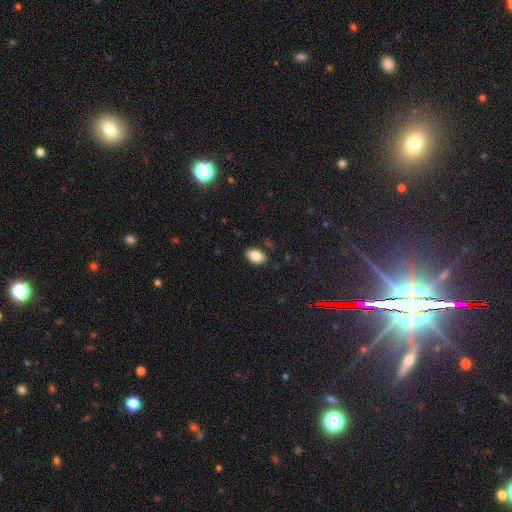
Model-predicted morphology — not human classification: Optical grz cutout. It shows a smooth galaxy with no disk features (84%) that is in between round and cigar-shaped (90%). Merging: none (84%).